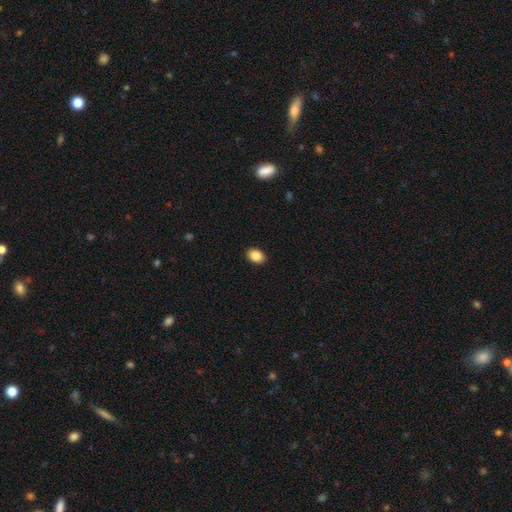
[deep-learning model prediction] Q: Smooth or featured?
A: smooth (87%); runner-up: star or artifact (8%)
Q: How rounded?
A: in between (79%); runner-up: round (20%)
Q: Merging?
A: none (91%); runner-up: minor disturbance (6%)